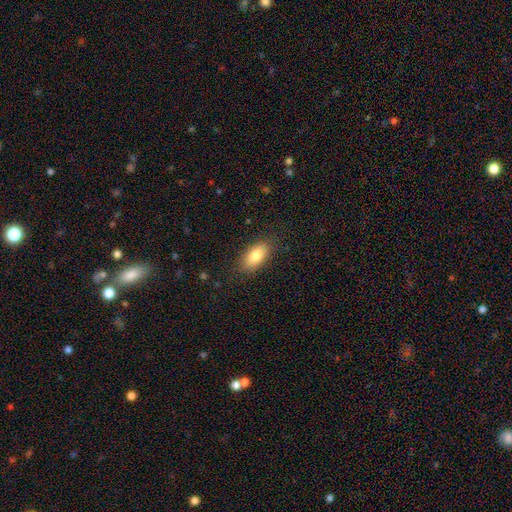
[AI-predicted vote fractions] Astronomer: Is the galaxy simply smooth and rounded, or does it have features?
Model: smooth — 82%.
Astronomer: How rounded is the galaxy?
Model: in between — 89%.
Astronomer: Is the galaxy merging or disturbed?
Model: none — 84%.